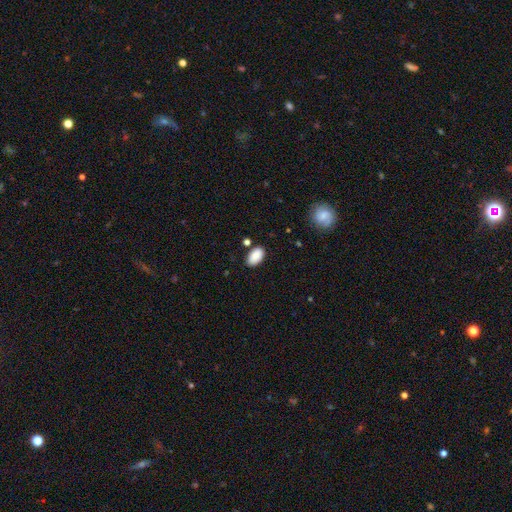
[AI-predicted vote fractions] smooth_or_featured: smooth (p=0.88) [alt: star or artifact p=0.07]
how_rounded: in between (p=0.94) [alt: round p=0.05]
merging: none (p=0.80) [alt: minor disturbance p=0.13]